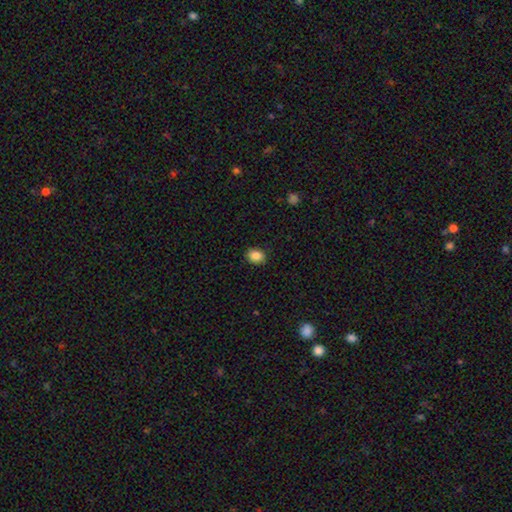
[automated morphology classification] type=smooth (87%); roundness=round (50%); merging=none (89%).